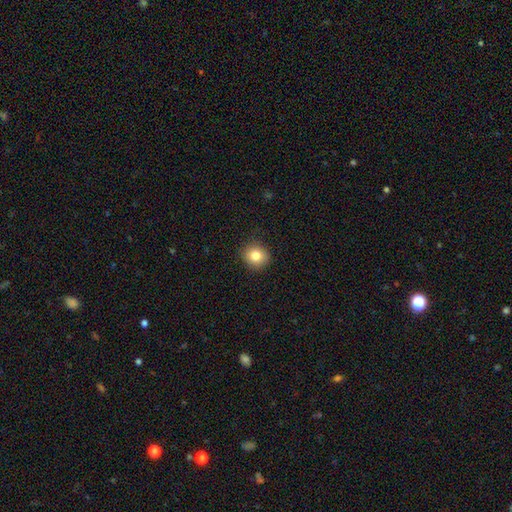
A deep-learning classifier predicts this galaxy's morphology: Smooth or featured?
  - smooth: 83% *
  - star or artifact: 10%
  - featured or disk: 7%
How rounded?
  - round: 87% *
  - in between: 12%
  - cigar-shaped: 1%
Merging?
  - none: 89% *
  - minor disturbance: 8%
  - major disturbance: 2%
  - merger: 1%